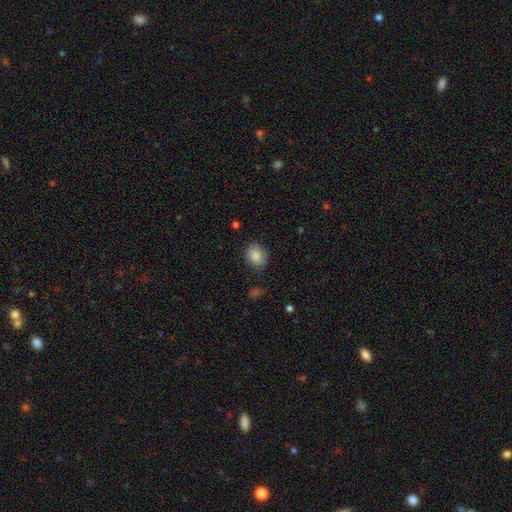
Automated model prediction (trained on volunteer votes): Smooth or featured? Predicted: smooth (p=0.85). How rounded? Predicted: round (p=0.53). Merging? Predicted: none (p=0.79).